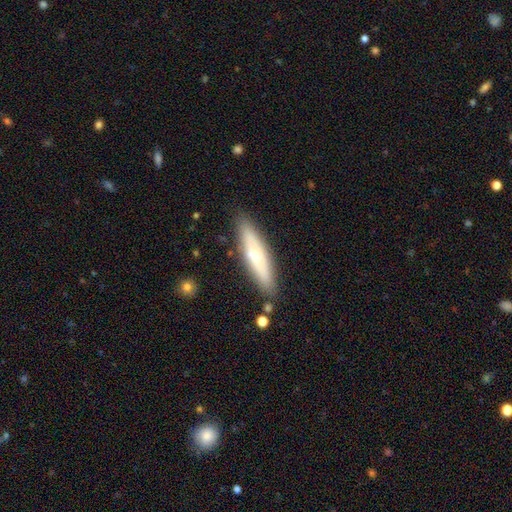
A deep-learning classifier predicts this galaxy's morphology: Smooth or featured: smooth — 54% (featured or disk — 40%)
How rounded: cigar-shaped — 78% (in between — 20%)
Merging: none — 85% (minor disturbance — 10%)